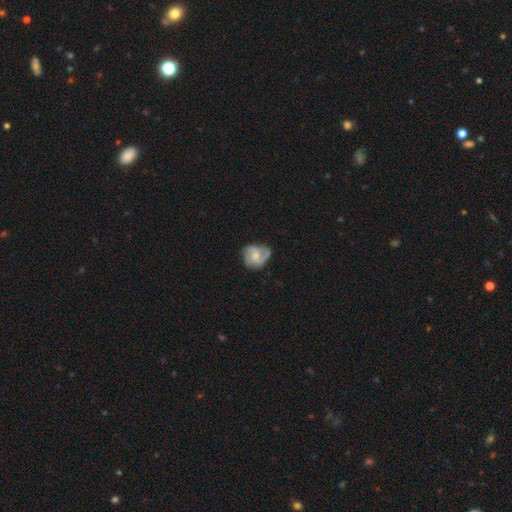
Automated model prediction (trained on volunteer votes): A featured or disk galaxy (62%) with no bar (63%), 2 (47%) medium (46%) spiral arms (87%) and a moderate central bulge (47%). Merging: none (54%).